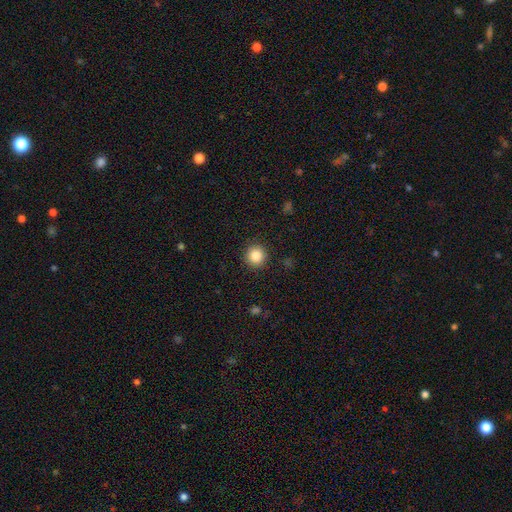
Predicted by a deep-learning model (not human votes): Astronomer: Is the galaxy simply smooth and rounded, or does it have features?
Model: smooth — 85%.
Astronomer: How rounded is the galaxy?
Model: round — 94%.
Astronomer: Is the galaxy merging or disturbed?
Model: none — 91%.